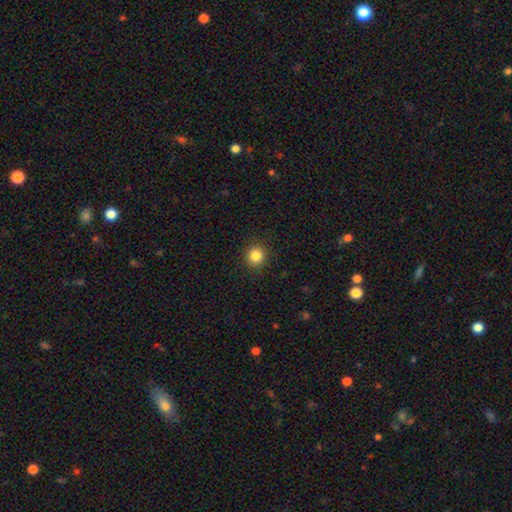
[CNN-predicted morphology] This appears to be a smooth galaxy with no disk features (84%) that is round (90%). Merging: none (91%).